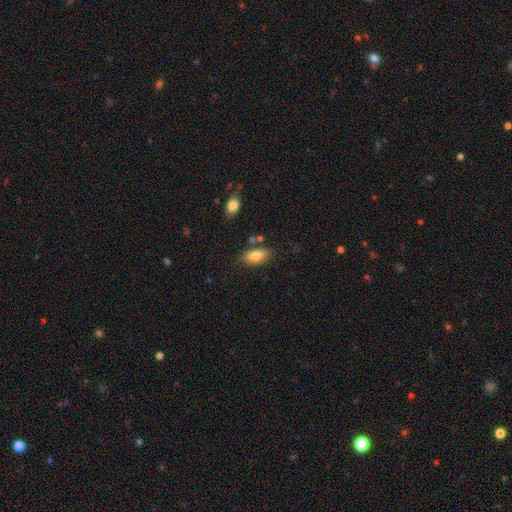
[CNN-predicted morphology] smooth_or_featured: smooth (p=0.78) [alt: featured or disk p=0.14]
how_rounded: in between (p=0.84) [alt: cigar-shaped p=0.12]
merging: none (p=0.77) [alt: minor disturbance p=0.14]